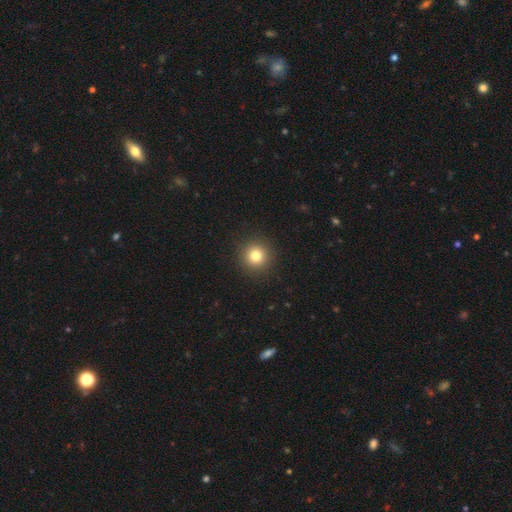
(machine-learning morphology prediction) smooth_or_featured: smooth (p=0.80) [alt: star or artifact p=0.13]
how_rounded: round (p=0.95) [alt: in between p=0.04]
merging: none (p=0.92) [alt: minor disturbance p=0.05]